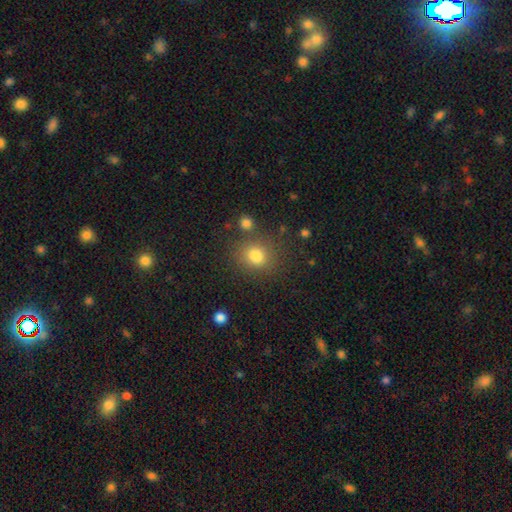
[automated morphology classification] Overall: smooth (80%). How rounded: round (71%). Merging: none (72%).